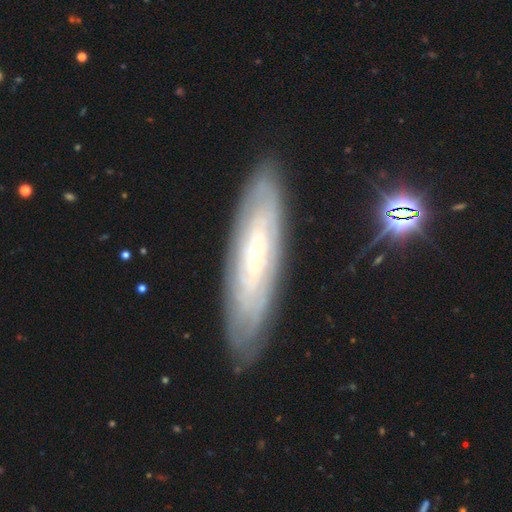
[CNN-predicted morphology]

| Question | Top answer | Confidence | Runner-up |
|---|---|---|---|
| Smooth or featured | featured or disk | 73% | smooth (19%) |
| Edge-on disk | no | 73% | yes (27%) |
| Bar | no | 71% | weak (22%) |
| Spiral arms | yes | 84% | no (16%) |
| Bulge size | small | 83% | moderate (12%) |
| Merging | none | 85% | minor disturbance (11%) |